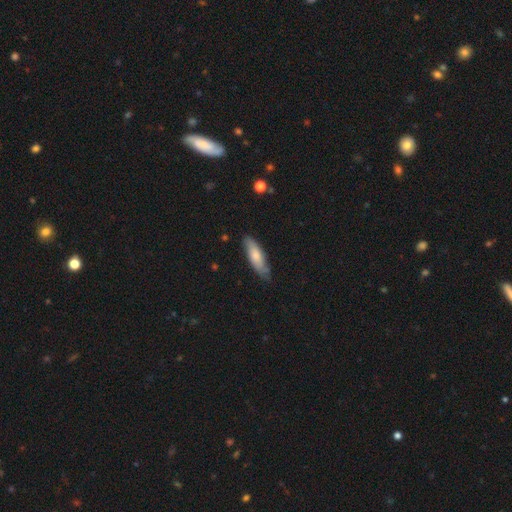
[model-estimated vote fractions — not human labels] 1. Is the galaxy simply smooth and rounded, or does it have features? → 71% smooth, 24% featured or disk, 5% star or artifact.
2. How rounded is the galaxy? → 50% in between, 49% cigar-shaped, 2% round.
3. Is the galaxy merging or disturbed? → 73% none, 22% minor disturbance, 4% major disturbance, 2% merger.